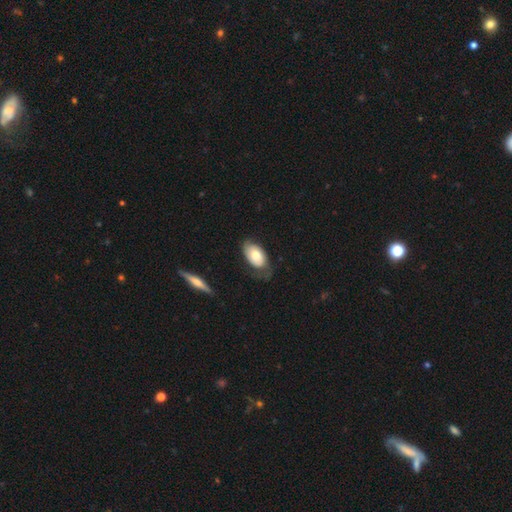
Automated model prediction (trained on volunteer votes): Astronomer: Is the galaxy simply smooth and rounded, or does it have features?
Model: smooth — 59% (runner-up: featured or disk, 35%).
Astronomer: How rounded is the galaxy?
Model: in between — 92%.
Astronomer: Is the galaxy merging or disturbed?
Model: none — 52% (runner-up: minor disturbance, 30%).